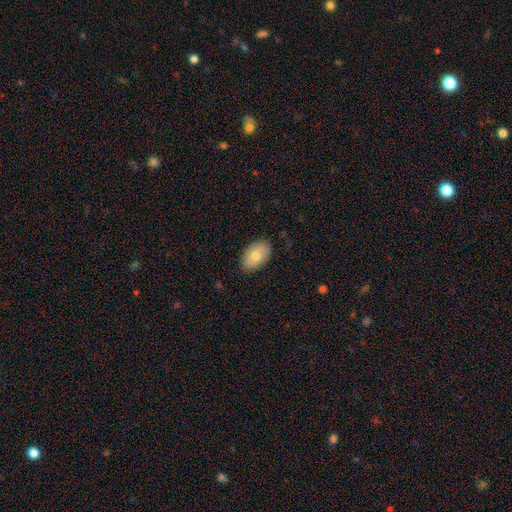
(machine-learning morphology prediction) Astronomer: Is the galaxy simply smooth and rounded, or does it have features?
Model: smooth — 76%.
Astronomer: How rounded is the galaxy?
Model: in between — 91%.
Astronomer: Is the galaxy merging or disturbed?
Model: none — 87%.